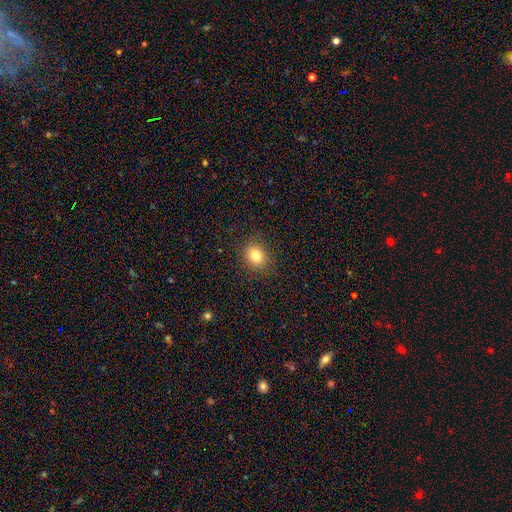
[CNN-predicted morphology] A smooth galaxy with no disk features (81%) that is round (69%).

Vote fractions:
- Smooth or featured? smooth: 81% / star or artifact: 12% / featured or disk: 7%
- How rounded? round: 69% / in between: 30% / cigar-shaped: 1%
- Merging? none: 88% / minor disturbance: 8% / major disturbance: 3% / merger: 1%